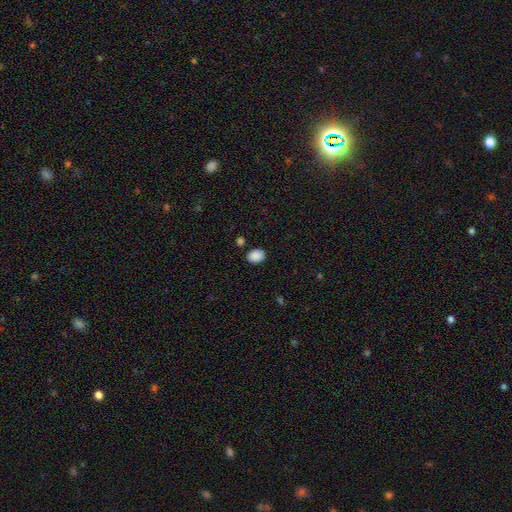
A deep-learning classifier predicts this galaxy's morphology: smooth_or_featured: smooth (p=0.88) [alt: star or artifact p=0.08]
how_rounded: in between (p=0.64) [alt: round p=0.35]
merging: none (p=0.85) [alt: minor disturbance p=0.10]